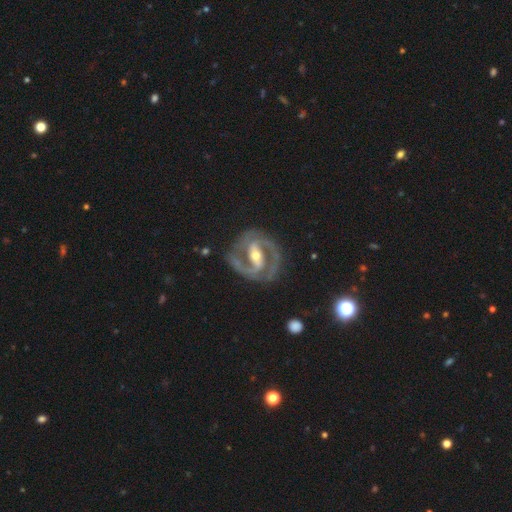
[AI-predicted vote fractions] Smooth or featured? Predicted: featured or disk (p=0.92). Edge-on disk? Predicted: no (p=0.97). Bar? Predicted: strong (p=0.62). Spiral arms? Predicted: yes (p=0.96). Spiral winding? Predicted: medium (p=0.47). Spiral arm count? Predicted: 2 (p=0.90). Bulge size? Predicted: moderate (p=0.57). Merging? Predicted: none (p=0.78).